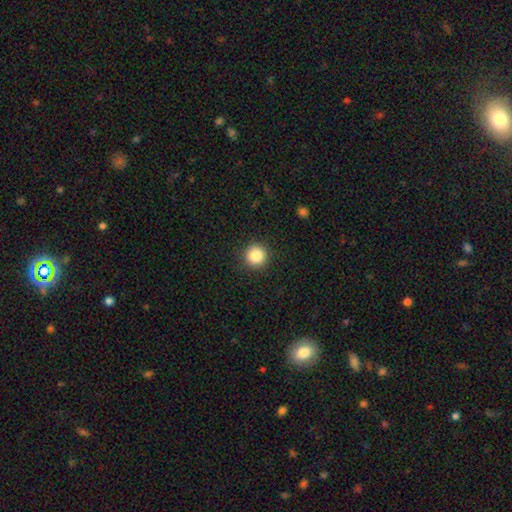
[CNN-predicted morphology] The model was most divided on "smooth or featured": smooth: 86%, star or artifact: 10%, featured or disk: 5%. More confident: how rounded — round (95%); merging — none (92%).